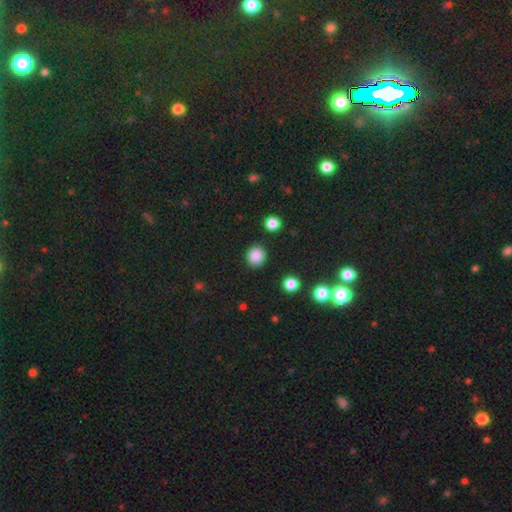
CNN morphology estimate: Q: Smooth or featured?
A: smooth (86%); runner-up: star or artifact (10%)
Q: How rounded?
A: round (87%); runner-up: in between (12%)
Q: Merging?
A: none (89%); runner-up: minor disturbance (6%)